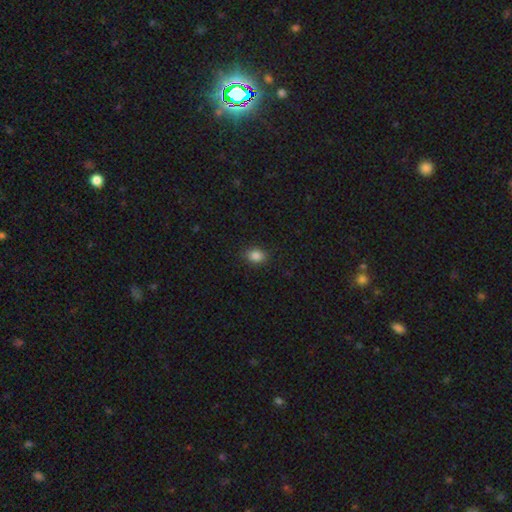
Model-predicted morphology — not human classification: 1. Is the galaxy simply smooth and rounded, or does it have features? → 86% smooth, 11% star or artifact, 4% featured or disk.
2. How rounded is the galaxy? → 62% in between, 37% round, 1% cigar-shaped.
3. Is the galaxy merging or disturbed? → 88% none, 9% minor disturbance, 2% major disturbance, 1% merger.